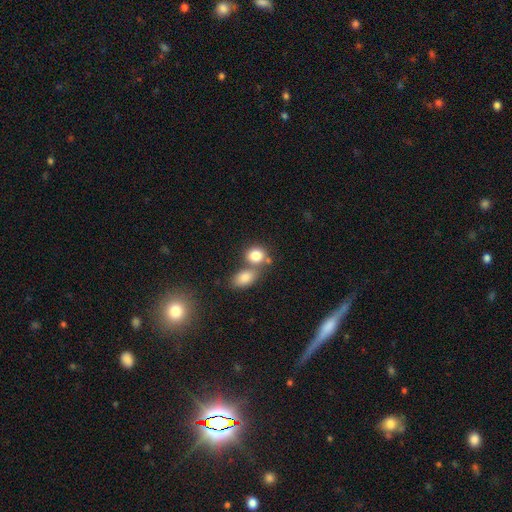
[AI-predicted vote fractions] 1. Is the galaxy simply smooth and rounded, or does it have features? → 82% smooth, 10% star or artifact, 8% featured or disk.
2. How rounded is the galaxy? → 55% round, 44% in between, 2% cigar-shaped.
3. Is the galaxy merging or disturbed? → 45% merger, 42% none, 9% minor disturbance, 4% major disturbance.